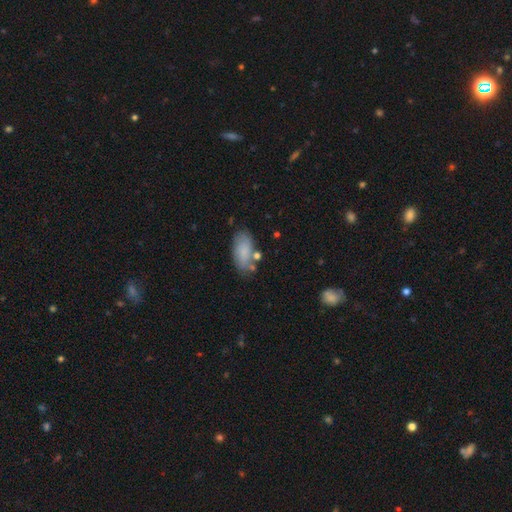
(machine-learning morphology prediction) type=smooth (75%); roundness=in between (91%); merging=none (59%).